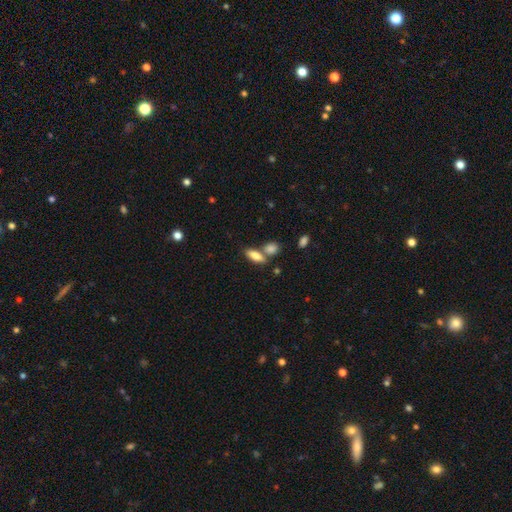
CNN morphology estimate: Q: Smooth or featured?
A: smooth (78%); runner-up: featured or disk (14%)
Q: How rounded?
A: in between (71%); runner-up: cigar-shaped (25%)
Q: Merging?
A: none (57%); runner-up: merger (28%)